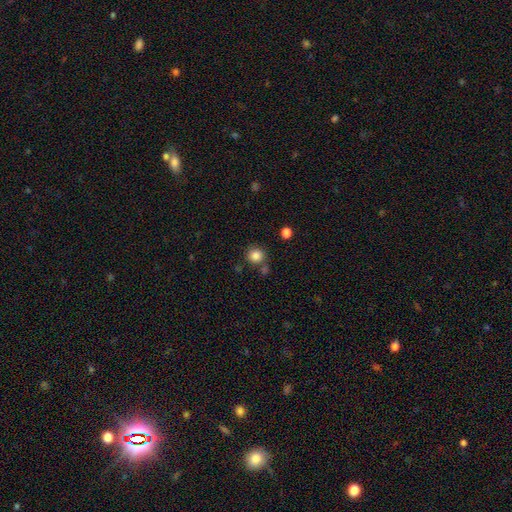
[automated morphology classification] Smooth or featured?
  - smooth: 84% *
  - star or artifact: 11%
  - featured or disk: 5%
How rounded?
  - round: 90% *
  - in between: 9%
  - cigar-shaped: 1%
Merging?
  - none: 75% *
  - minor disturbance: 11%
  - merger: 10%
  - major disturbance: 4%